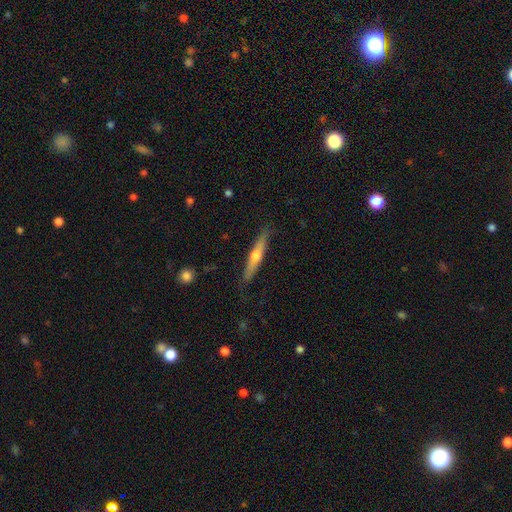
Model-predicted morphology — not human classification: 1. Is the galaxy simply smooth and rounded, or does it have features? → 58% featured or disk, 37% smooth, 5% star or artifact.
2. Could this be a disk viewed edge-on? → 95% yes, 5% no.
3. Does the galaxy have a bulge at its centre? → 87% rounded, 10% none, 3% boxy.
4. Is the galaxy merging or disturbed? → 86% none, 11% minor disturbance, 2% major disturbance, 1% merger.